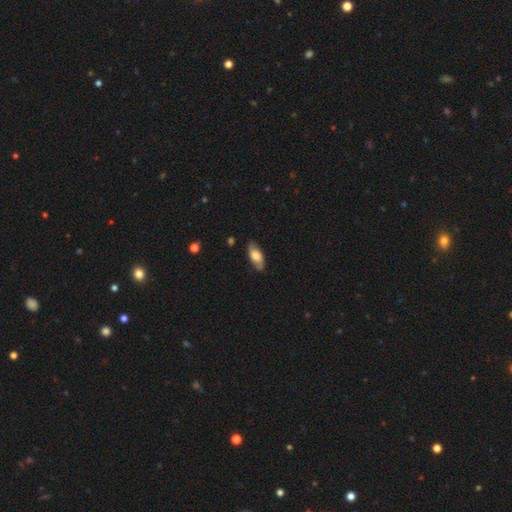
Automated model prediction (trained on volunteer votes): smooth_or_featured: smooth (p=0.65) [alt: featured or disk p=0.29]
how_rounded: in between (p=0.85) [alt: cigar-shaped p=0.12]
merging: none (p=0.77) [alt: minor disturbance p=0.18]